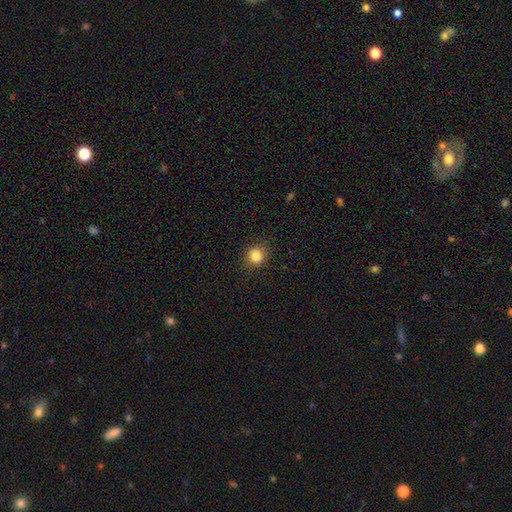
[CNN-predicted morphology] smooth_or_featured: smooth (p=0.85) [alt: star or artifact p=0.11]
how_rounded: round (p=0.90) [alt: in between p=0.09]
merging: none (p=0.88) [alt: minor disturbance p=0.08]